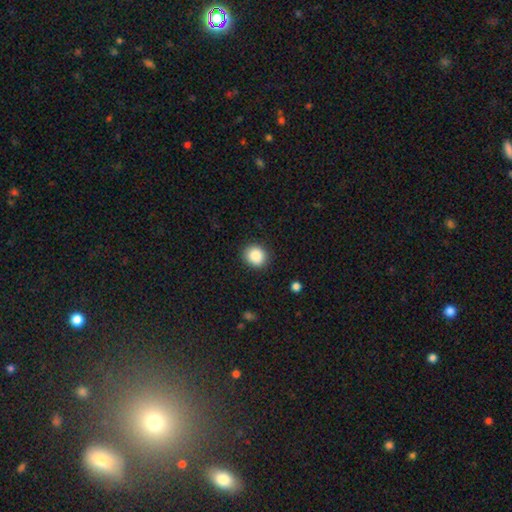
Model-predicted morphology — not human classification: Smooth or featured?
  - smooth: 87% *
  - star or artifact: 9%
  - featured or disk: 4%
How rounded?
  - round: 81% *
  - in between: 19%
  - cigar-shaped: 1%
Merging?
  - none: 89% *
  - minor disturbance: 8%
  - major disturbance: 2%
  - merger: 1%